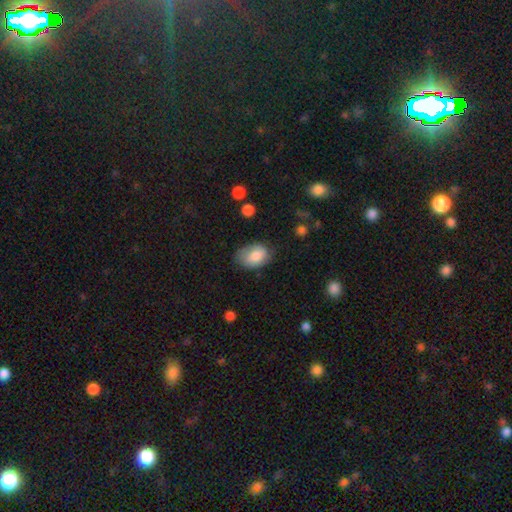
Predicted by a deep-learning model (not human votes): smooth-or-featured: smooth: 79% | featured or disk: 15% | star or artifact: 7%
  how-rounded: in between: 83% | round: 15% | cigar-shaped: 1%
  merging: none: 66% | minor disturbance: 25% | major disturbance: 7% | merger: 2%